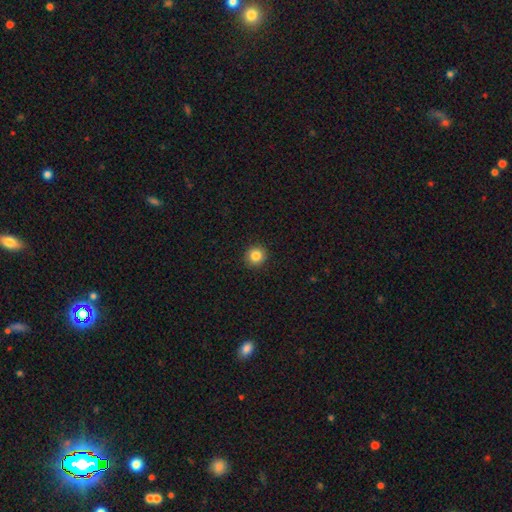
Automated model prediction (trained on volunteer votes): smooth 84%, star or artifact 10%, featured or disk 5%. Down the decision tree: how rounded — round (93%); merging — none (92%).